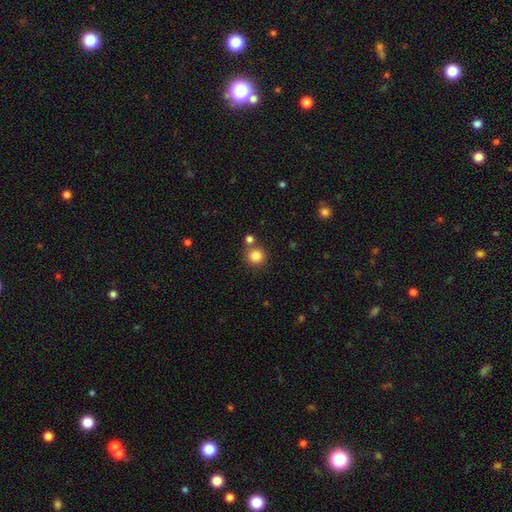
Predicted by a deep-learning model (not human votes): Smooth or featured? smooth (84%)
How rounded? round (93%)
Merging? none (75%)